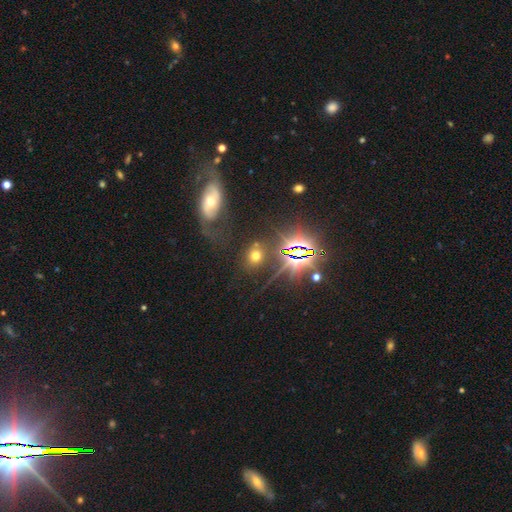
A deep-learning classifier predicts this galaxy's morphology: Smooth or featured?
  - smooth: 53% *
  - star or artifact: 32%
  - featured or disk: 16%
How rounded?
  - round: 54% *
  - in between: 44%
  - cigar-shaped: 2%
Merging?
  - none: 69% *
  - minor disturbance: 13%
  - major disturbance: 11%
  - merger: 7%